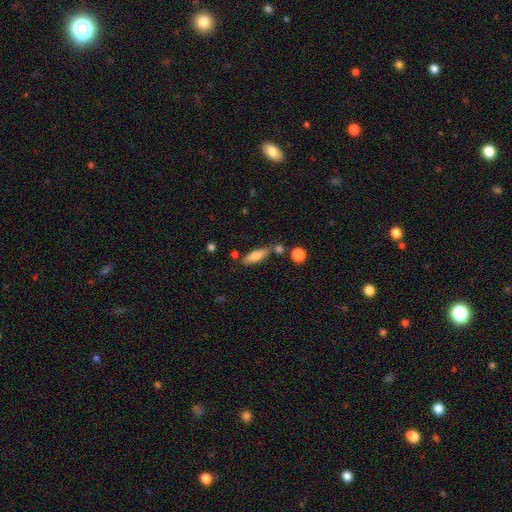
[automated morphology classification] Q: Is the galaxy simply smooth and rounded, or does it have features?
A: smooth — 69%.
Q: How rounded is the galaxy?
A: cigar-shaped — 57%.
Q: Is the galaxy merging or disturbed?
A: none — 70%.